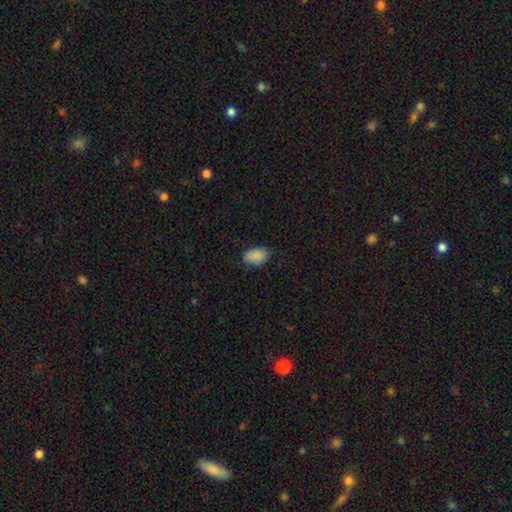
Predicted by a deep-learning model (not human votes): Smooth or featured: smooth — 89% (star or artifact — 7%)
How rounded: in between — 90% (round — 9%)
Merging: none — 78% (minor disturbance — 18%)